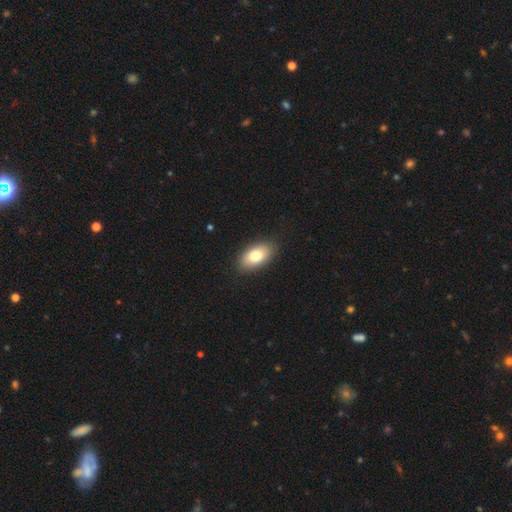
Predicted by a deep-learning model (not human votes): smooth_or_featured: smooth (p=0.81) [alt: featured or disk p=0.12]
how_rounded: in between (p=0.93) [alt: round p=0.04]
merging: none (p=0.87) [alt: minor disturbance p=0.09]